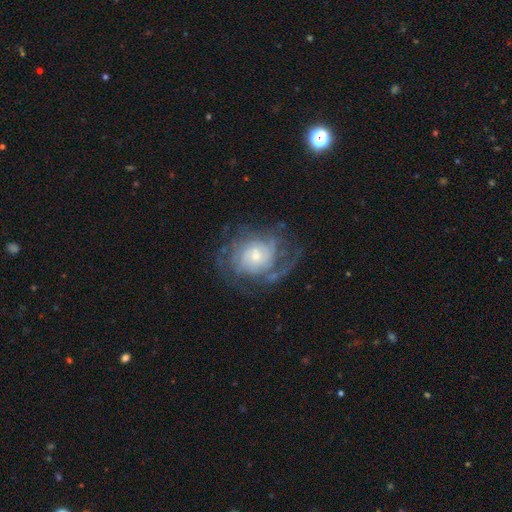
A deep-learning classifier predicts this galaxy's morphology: The model was most divided on "bulge size": small: 50%, moderate: 37%, large: 8%, none: 3%, dominant: 1%. Remaining: edge-on disk — no (97%); spiral arms — yes (92%); smooth or featured — featured or disk (81%); bar — no (72%); merging — none (66%); spiral winding — tight (58%); spiral arm count — can't tell (43%).